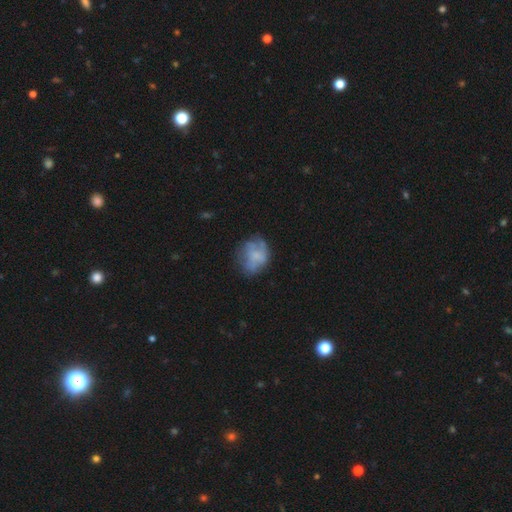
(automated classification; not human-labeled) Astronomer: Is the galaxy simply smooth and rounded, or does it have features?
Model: smooth — 53% (runner-up: featured or disk, 37%).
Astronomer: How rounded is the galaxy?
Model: round — 54% (runner-up: in between, 45%).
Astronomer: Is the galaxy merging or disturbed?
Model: none — 55%.